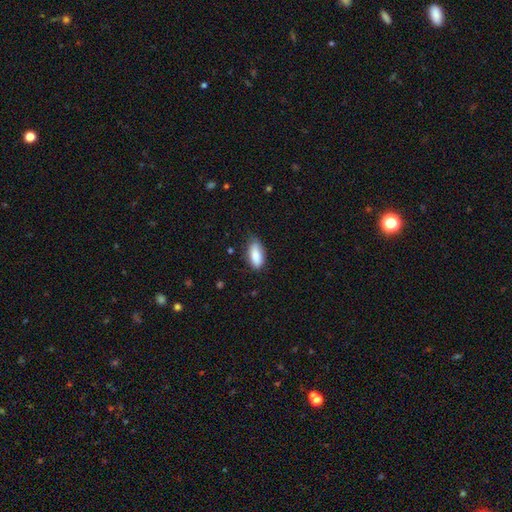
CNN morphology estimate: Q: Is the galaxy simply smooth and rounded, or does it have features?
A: smooth — 86%.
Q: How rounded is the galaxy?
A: in between — 88%.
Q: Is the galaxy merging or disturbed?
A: none — 66%.